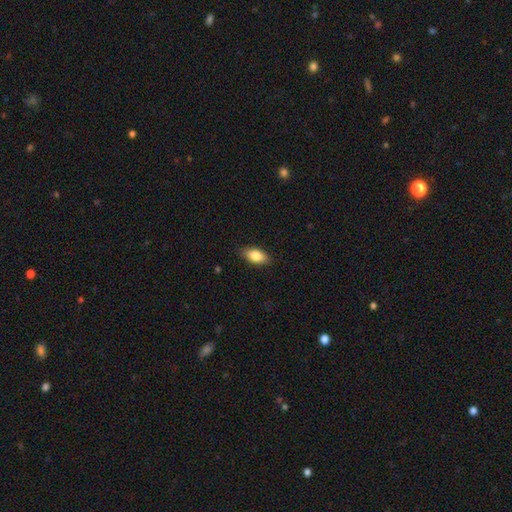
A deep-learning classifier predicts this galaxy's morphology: Overall: smooth (83%). How rounded: in between (90%). Merging: none (86%).